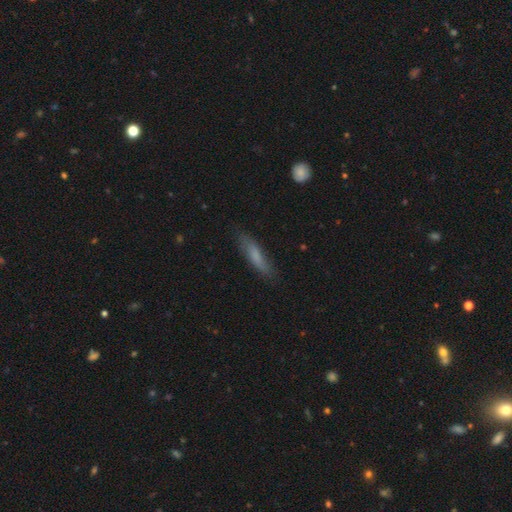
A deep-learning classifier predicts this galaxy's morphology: smooth 69%, featured or disk 24%, star or artifact 7%. Down the decision tree: how rounded — cigar-shaped (77%); merging — none (80%).